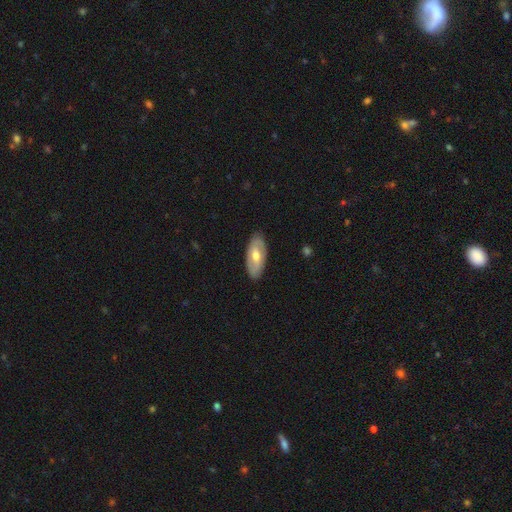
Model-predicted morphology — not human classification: This is possibly a featured or disk galaxy (49%). Merging: clearly none (86%).